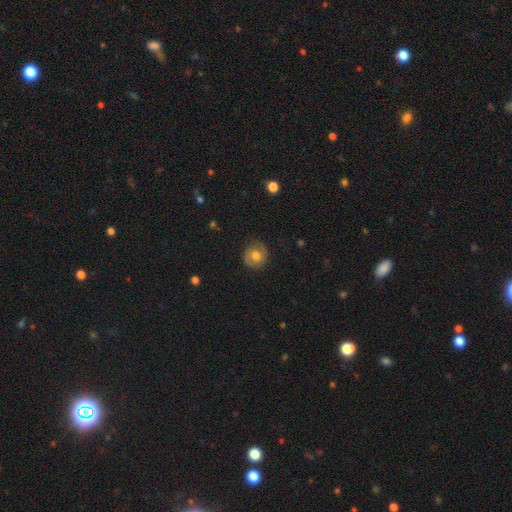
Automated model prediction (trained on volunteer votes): Smooth or featured? smooth (52%)
How rounded? round (86%)
Merging? none (83%)